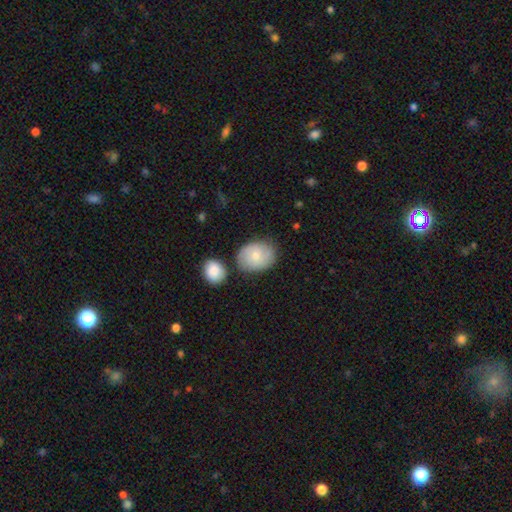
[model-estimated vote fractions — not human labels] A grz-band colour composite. It shows a smooth galaxy with no disk features (60%) that is in between round and cigar-shaped (55%). Merging: none (68%).